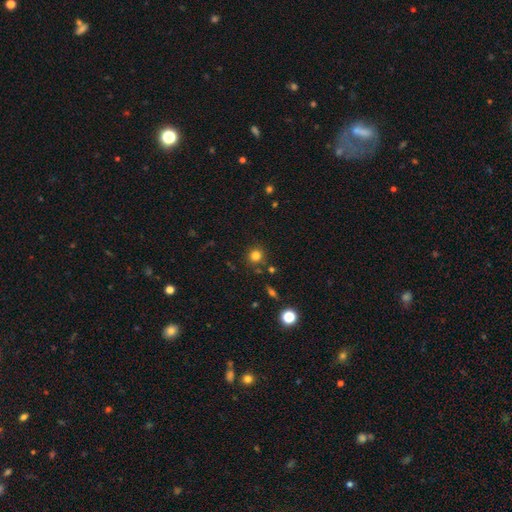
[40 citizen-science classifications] Volunteers were most divided on "merging": none: 82%, merger: 11%, minor disturbance: 8%, major disturbance: 0%. More confident: smooth or featured — smooth (92%); how rounded — round (89%).